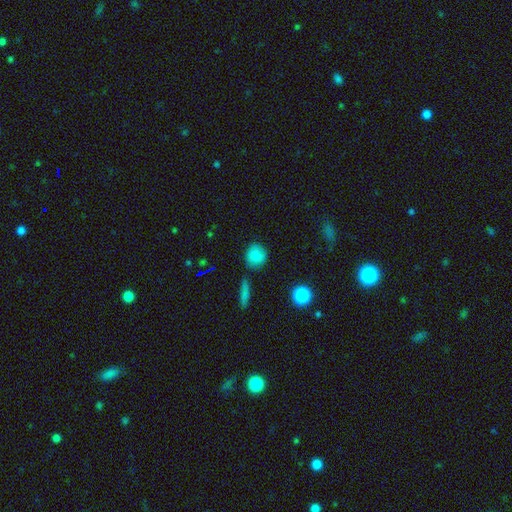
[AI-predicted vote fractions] Smooth or featured: smooth — 83% (star or artifact — 11%)
How rounded: round — 84% (in between — 14%)
Merging: none — 81% (minor disturbance — 11%)